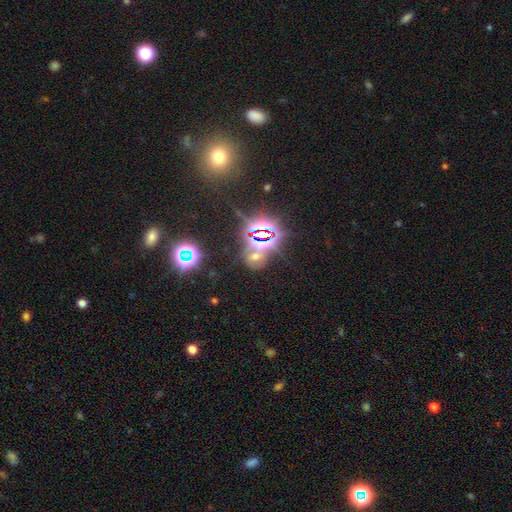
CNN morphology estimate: Smooth or featured? star or artifact (72%)